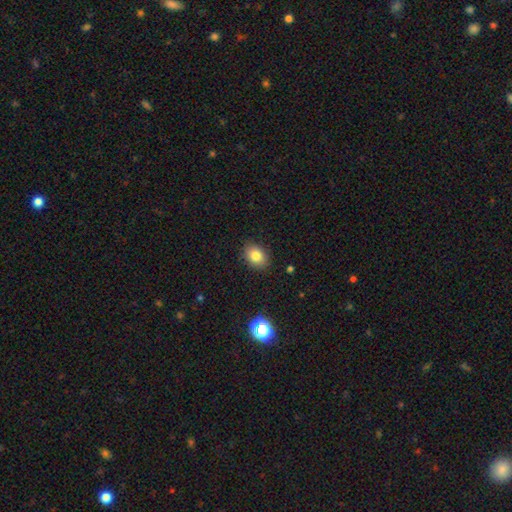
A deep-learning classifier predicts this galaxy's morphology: The model was most divided on "how rounded": in between: 66%, round: 33%, cigar-shaped: 1%. More confident: merging — none (88%); smooth or featured — smooth (82%).